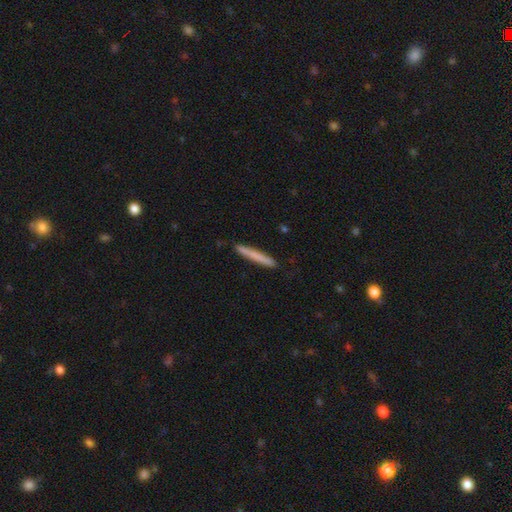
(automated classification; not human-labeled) This appears to be a smooth galaxy with no disk features (74%) that is cigar-shaped (97%). Merging: none (90%).